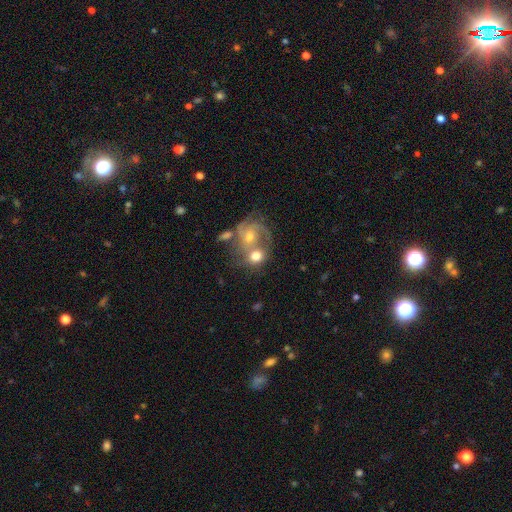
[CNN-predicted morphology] featured or disk 48%, smooth 43%, star or artifact 9%. Down the decision tree: merging — merger (55%).